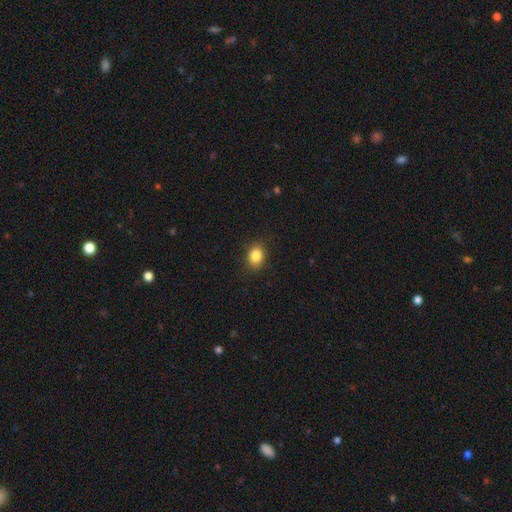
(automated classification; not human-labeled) A smooth galaxy with no disk features (85%) that is in between round and cigar-shaped (51%). Merging: none (87%).